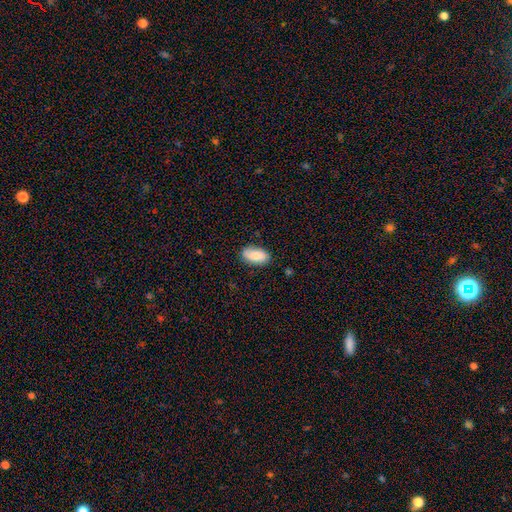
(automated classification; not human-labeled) smooth 78%, featured or disk 15%, star or artifact 7%. Down the decision tree: how rounded — in between (93%); merging — none (82%).